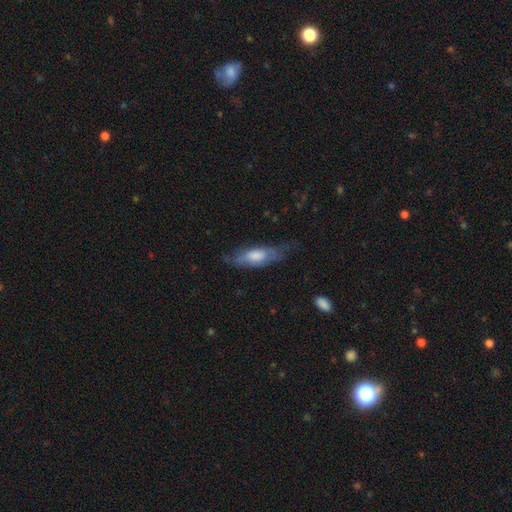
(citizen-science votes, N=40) Smooth or featured?
  - featured or disk: 52% *
  - smooth: 45%
  - star or artifact: 2%
Edge-on disk?
  - yes: 52% *
  - no: 48%
Edge-on bulge?
  - rounded: 64% *
  - boxy: 27%
  - none: 9%
Merging?
  - none: 51% *
  - minor disturbance: 36%
  - major disturbance: 13%
  - merger: 0%